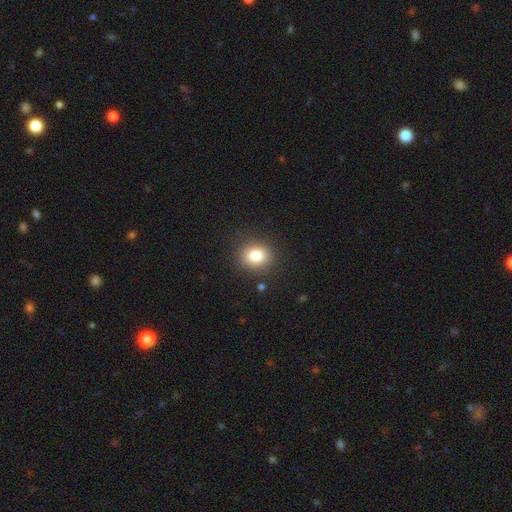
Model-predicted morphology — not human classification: A smooth galaxy with no disk features (84%) that is round (64%).

Vote fractions:
- Smooth or featured? smooth: 84% / star or artifact: 10% / featured or disk: 6%
- How rounded? round: 64% / in between: 35% / cigar-shaped: 1%
- Merging? none: 87% / minor disturbance: 8% / major disturbance: 3% / merger: 2%